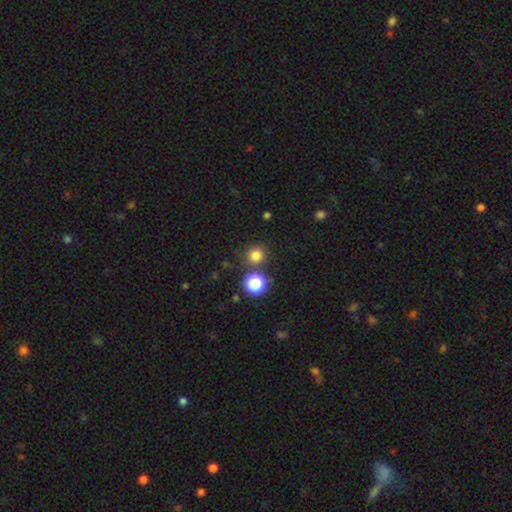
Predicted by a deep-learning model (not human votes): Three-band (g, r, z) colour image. It shows a smooth galaxy with no disk features (78%) that is round (92%). Merging: none (79%).